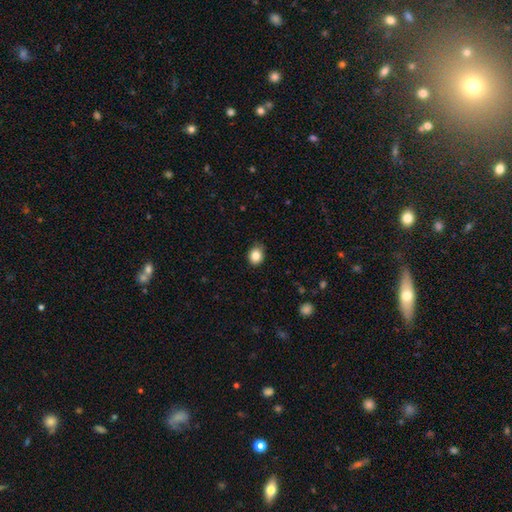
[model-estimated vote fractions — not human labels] Smooth or featured: smooth — 84% (star or artifact — 10%)
How rounded: round — 61% (in between — 38%)
Merging: none — 82% (minor disturbance — 15%)